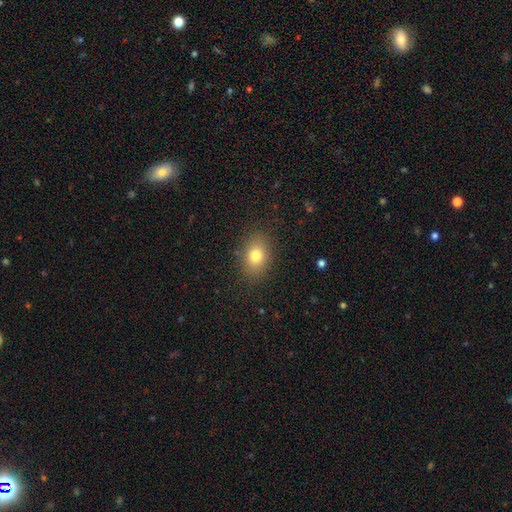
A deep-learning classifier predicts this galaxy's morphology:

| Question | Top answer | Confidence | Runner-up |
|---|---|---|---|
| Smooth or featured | smooth | 78% | star or artifact (11%) |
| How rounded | in between | 74% | round (25%) |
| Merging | none | 86% | minor disturbance (9%) |